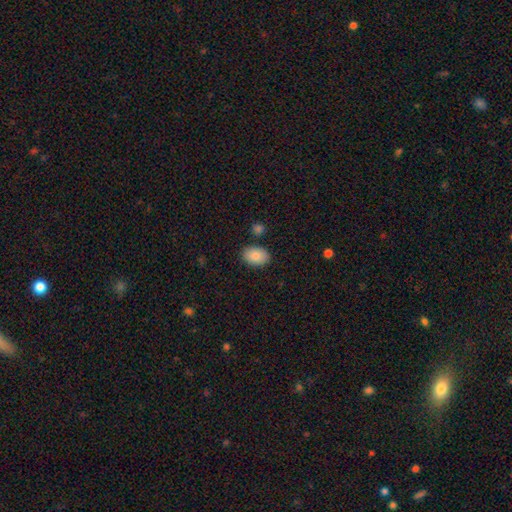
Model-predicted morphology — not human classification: This is clearly a smooth galaxy (86%). How rounded: clearly in between (87%). Merging: clearly none (84%).